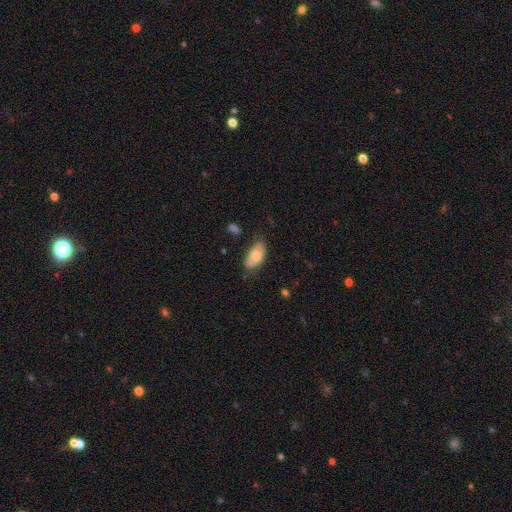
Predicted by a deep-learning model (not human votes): Smooth or featured? Predicted: smooth (p=0.68). How rounded? Predicted: in between (p=0.93). Merging? Predicted: none (p=0.66).